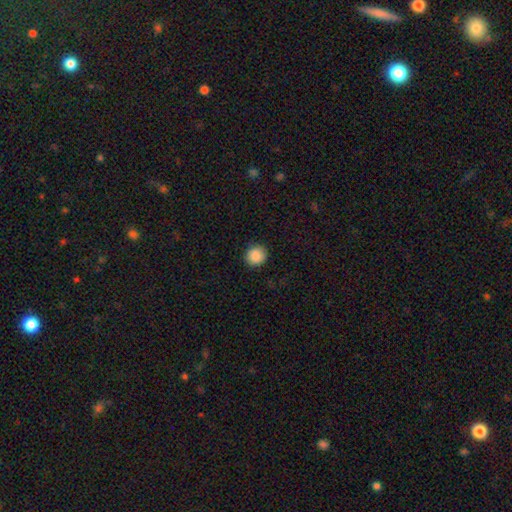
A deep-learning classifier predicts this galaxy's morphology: Smooth or featured? smooth (89%)
How rounded? round (90%)
Merging? none (91%)